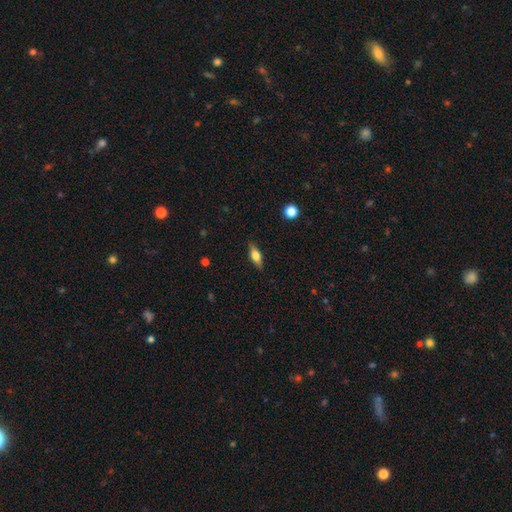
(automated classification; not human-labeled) Overall: smooth (50%; featured or disk 43%). How rounded: in between (57%; cigar-shaped 39%). Merging: none (86%).